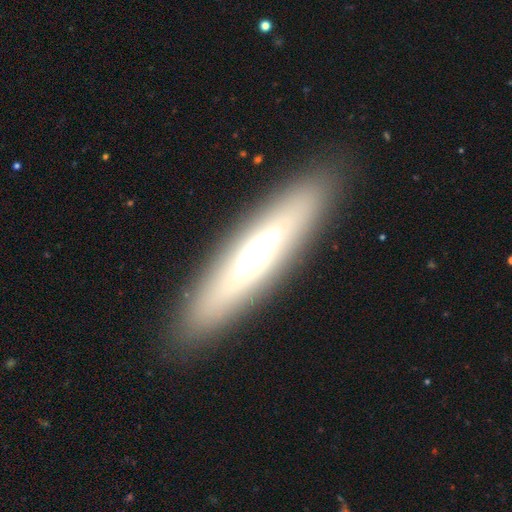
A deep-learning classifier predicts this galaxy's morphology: Smooth or featured?
  - featured or disk: 48% *
  - smooth: 45%
  - star or artifact: 7%
Merging?
  - none: 89% *
  - minor disturbance: 7%
  - major disturbance: 2%
  - merger: 1%